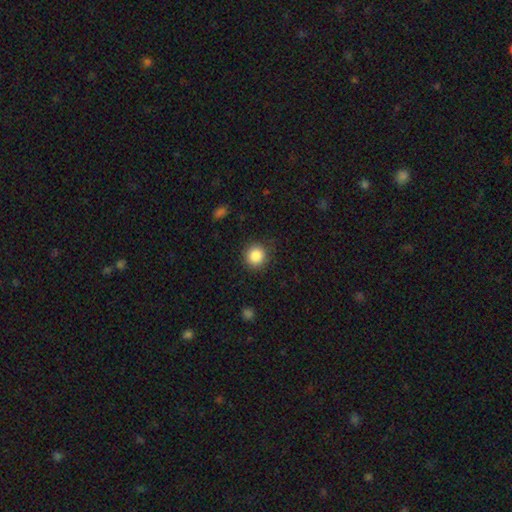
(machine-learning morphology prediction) This appears to be a smooth galaxy with no disk features (86%) that is round (93%). Merging: none (88%).